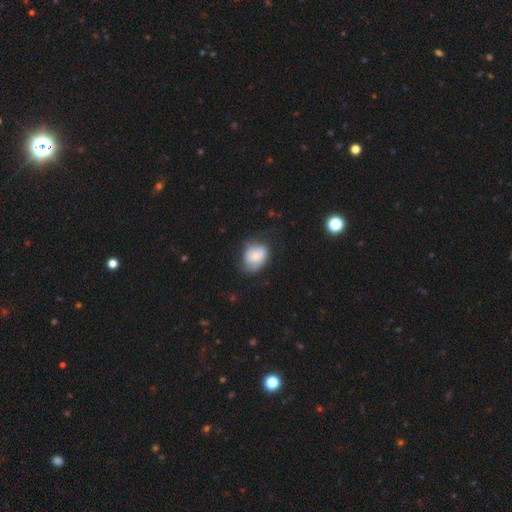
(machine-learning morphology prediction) Smooth or featured?
  - smooth: 62% *
  - featured or disk: 31%
  - star or artifact: 8%
How rounded?
  - in between: 64% *
  - round: 35%
  - cigar-shaped: 1%
Merging?
  - none: 47% *
  - minor disturbance: 33%
  - major disturbance: 19%
  - merger: 2%